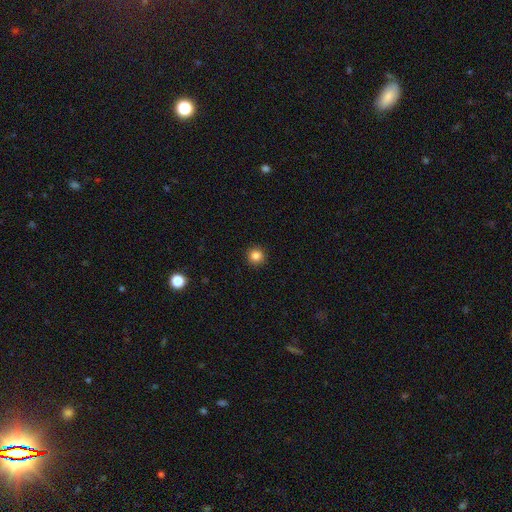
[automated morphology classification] Overall: smooth (85%). How rounded: round (95%). Merging: none (93%).